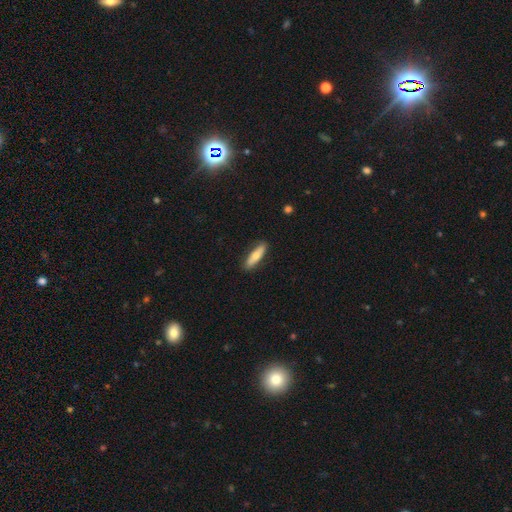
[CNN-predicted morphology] Smooth or featured? smooth (67%)
How rounded? cigar-shaped (64%)
Merging? none (86%)